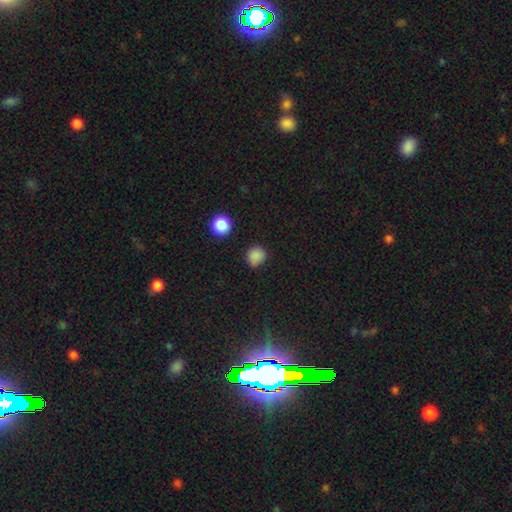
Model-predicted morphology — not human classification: The model was most divided on "merging": none: 72%, minor disturbance: 20%, major disturbance: 5%, merger: 4%. More confident: how rounded — round (85%); smooth or featured — smooth (83%).